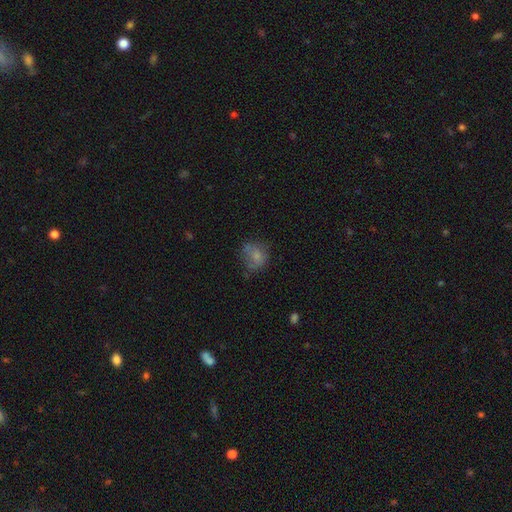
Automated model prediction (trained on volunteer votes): Morphology: type=smooth (65%); roundness=round (67%); merging=none (49%).